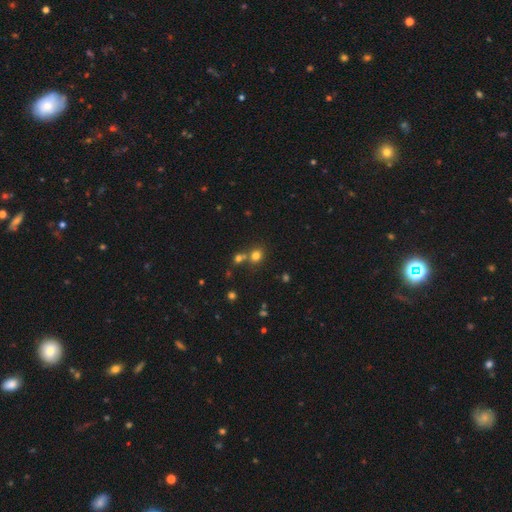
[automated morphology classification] Smooth or featured?
  - smooth: 75% *
  - star or artifact: 17%
  - featured or disk: 7%
How rounded?
  - round: 79% *
  - in between: 20%
  - cigar-shaped: 1%
Merging?
  - none: 57% *
  - merger: 31%
  - minor disturbance: 8%
  - major disturbance: 3%